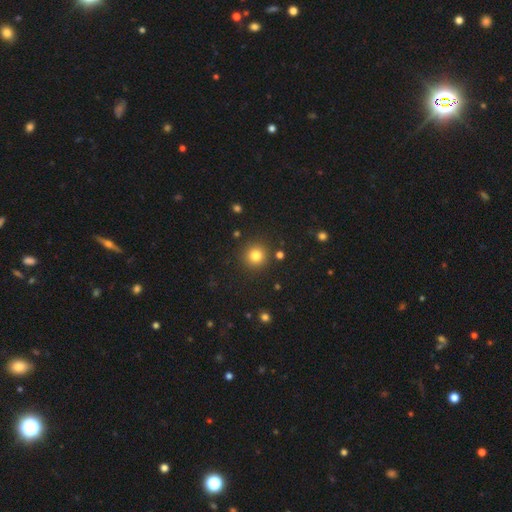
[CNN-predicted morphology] Smooth or featured?
  - smooth: 82% *
  - star or artifact: 13%
  - featured or disk: 6%
How rounded?
  - round: 94% *
  - in between: 6%
  - cigar-shaped: 1%
Merging?
  - none: 89% *
  - minor disturbance: 6%
  - major disturbance: 3%
  - merger: 2%